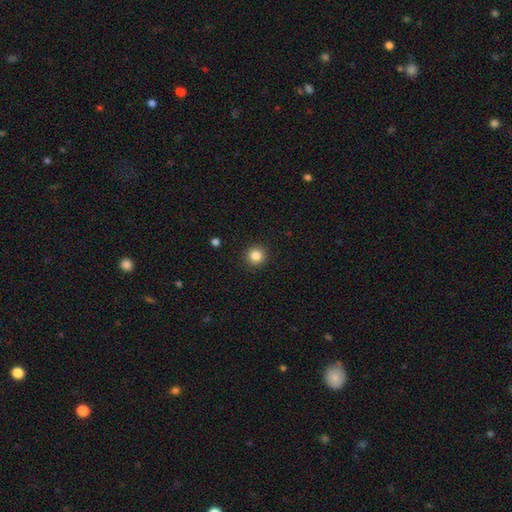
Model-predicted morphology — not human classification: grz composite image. It shows a smooth galaxy with no disk features (85%) that is round (94%). Merging: none (92%).